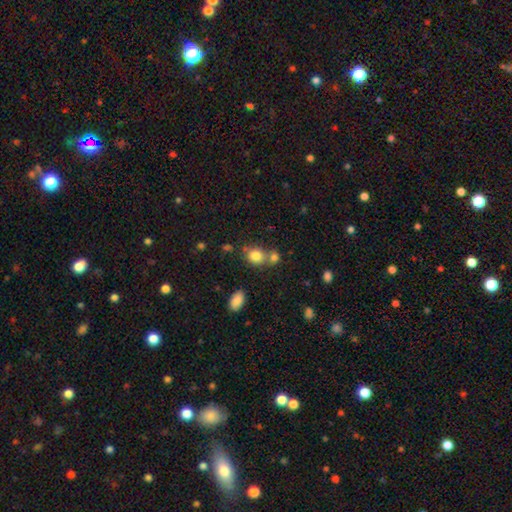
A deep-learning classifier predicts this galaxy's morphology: A smooth galaxy with no disk features (82%) that is round (68%).

Vote fractions:
- Smooth or featured? smooth: 82% / star or artifact: 11% / featured or disk: 8%
- How rounded? round: 68% / in between: 31% / cigar-shaped: 1%
- Merging? none: 56% / merger: 29% / minor disturbance: 11% / major disturbance: 4%